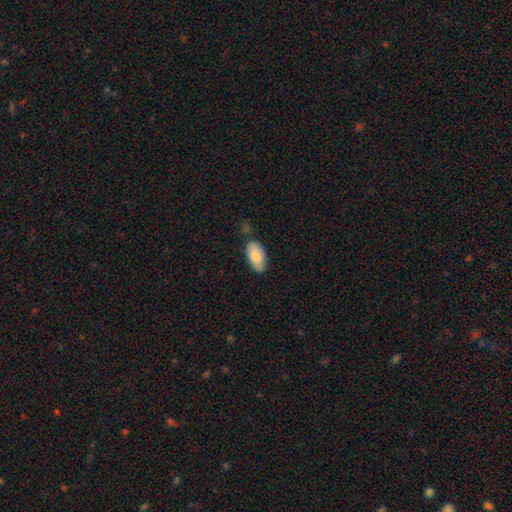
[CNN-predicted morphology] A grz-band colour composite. It shows a smooth galaxy with no disk features (83%) that is in between round and cigar-shaped (93%). Merging: none (70%).